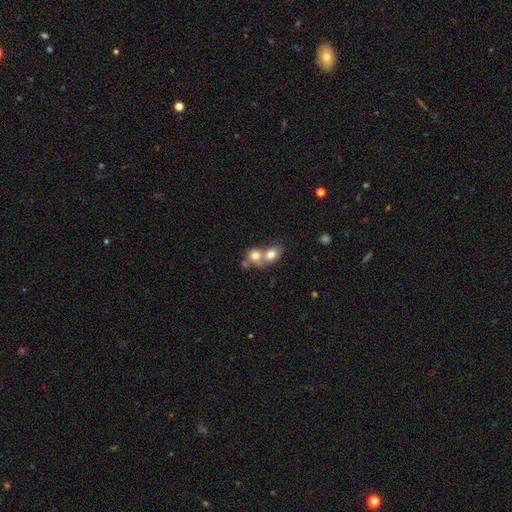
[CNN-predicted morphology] This appears to be a smooth galaxy with no disk features (75%) that is round (70%). Merging: merger (67%).